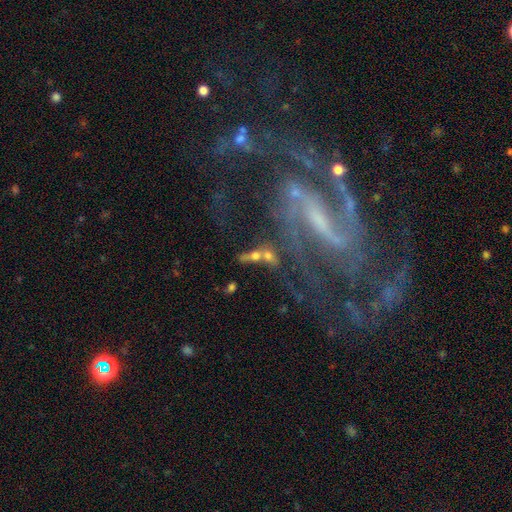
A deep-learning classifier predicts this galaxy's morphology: Smooth or featured: smooth — 48% (featured or disk — 36%)
Merging: none — 41% (merger — 33%)